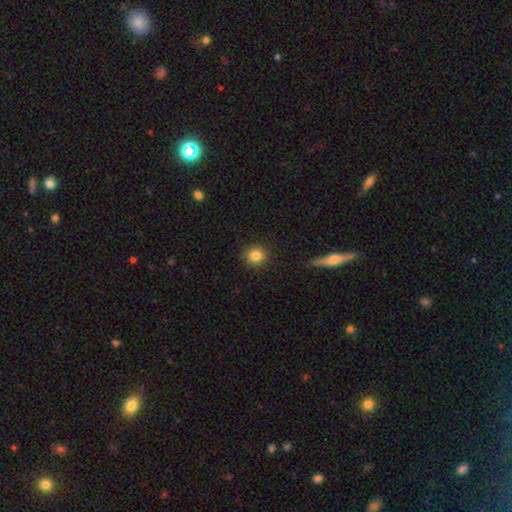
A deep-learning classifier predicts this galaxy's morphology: smooth_or_featured: smooth (p=0.85) [alt: star or artifact p=0.10]
how_rounded: round (p=0.91) [alt: in between p=0.08]
merging: none (p=0.89) [alt: minor disturbance p=0.07]